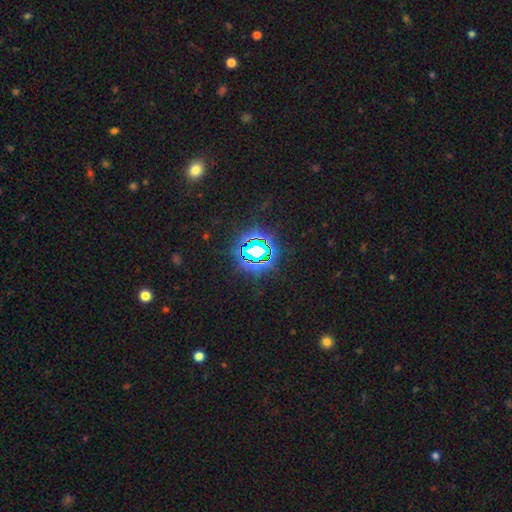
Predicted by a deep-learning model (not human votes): Q: Smooth or featured?
A: star or artifact (76%); runner-up: smooth (14%)